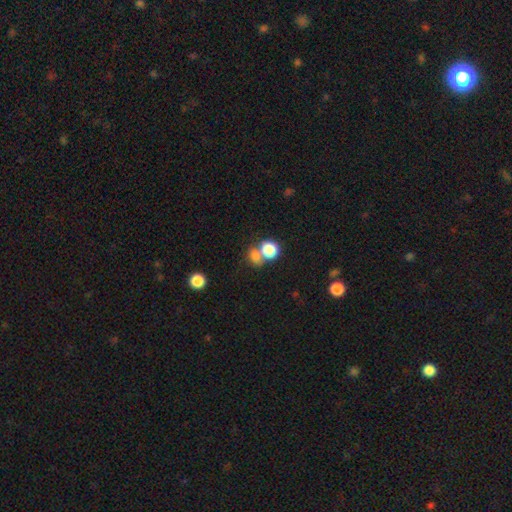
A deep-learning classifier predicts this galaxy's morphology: type=smooth (79%); roundness=round (60%); merging=merger (49%).